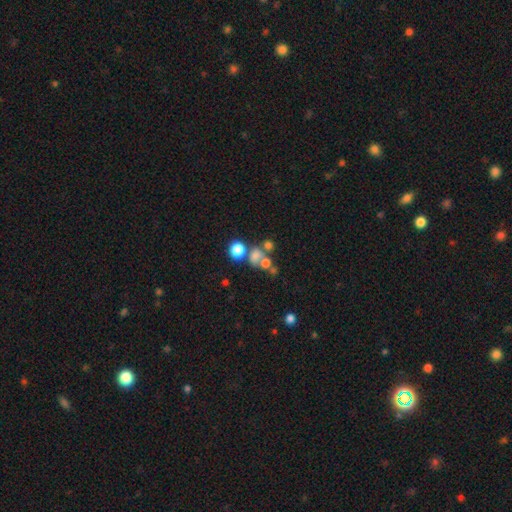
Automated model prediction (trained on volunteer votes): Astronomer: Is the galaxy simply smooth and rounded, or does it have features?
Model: smooth — 63%.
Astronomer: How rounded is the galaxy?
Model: round — 70%.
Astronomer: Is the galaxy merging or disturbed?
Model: merger — 43% (runner-up: none, 38%).